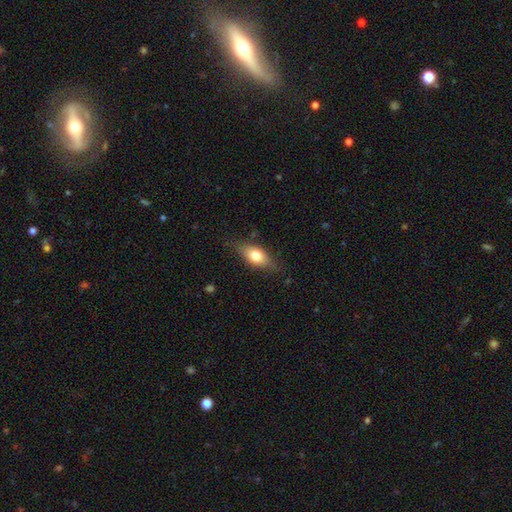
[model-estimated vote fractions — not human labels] smooth-or-featured: smooth: 69% | featured or disk: 24% | star or artifact: 7%
  how-rounded: in between: 79% | cigar-shaped: 13% | round: 7%
  merging: none: 78% | minor disturbance: 17% | major disturbance: 4% | merger: 1%